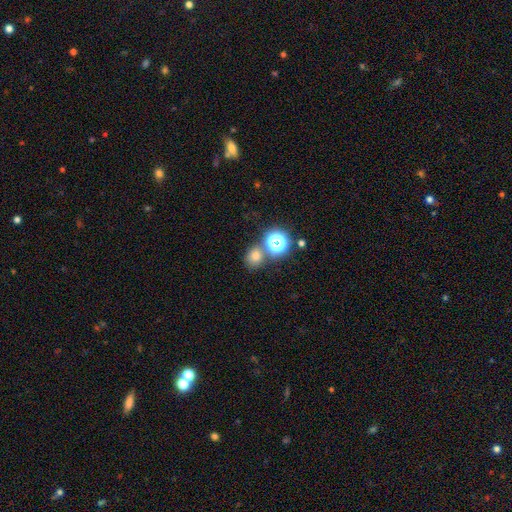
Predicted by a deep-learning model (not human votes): Overall: smooth (65%; star or artifact 28%). How rounded: round (78%). Merging: none (66%).